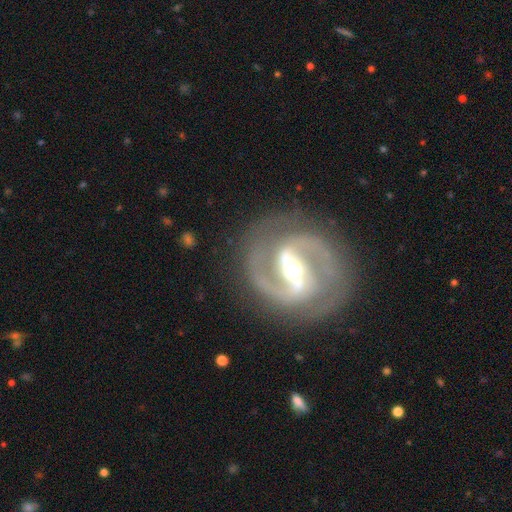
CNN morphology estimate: type=featured or disk (91%); edge-on=no (97%); bar=strong (61%); spiral arms=yes (97%); winding=medium (54%); arm count=2 (92%); bulge=moderate (55%); merging=none (84%).